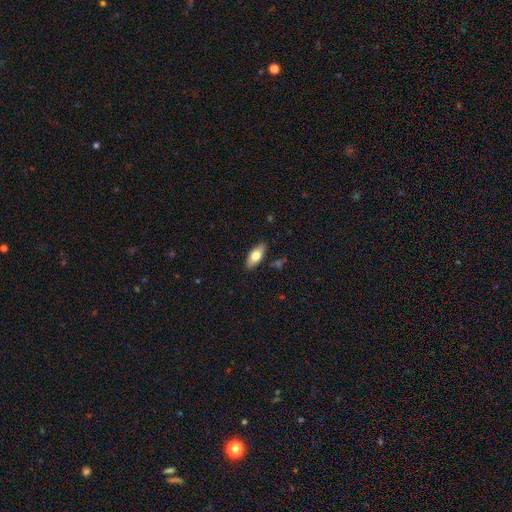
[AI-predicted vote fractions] A smooth galaxy with no disk features (73%) that is in between round and cigar-shaped (84%).

Vote fractions:
- Smooth or featured? smooth: 73% / featured or disk: 20% / star or artifact: 6%
- How rounded? in between: 84% / cigar-shaped: 14% / round: 2%
- Merging? none: 87% / minor disturbance: 10% / major disturbance: 2% / merger: 2%